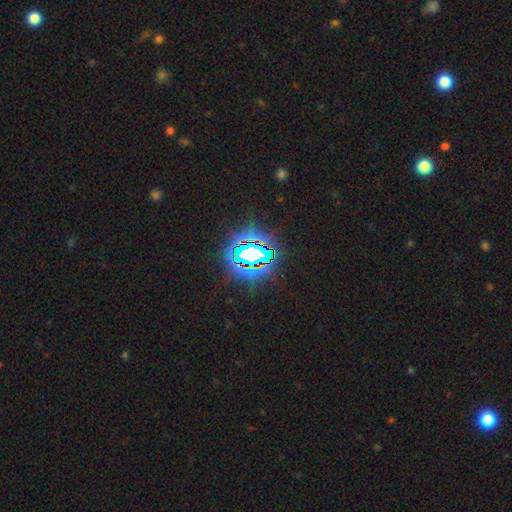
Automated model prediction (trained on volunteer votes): A star or artifact, not a galaxy (73%).